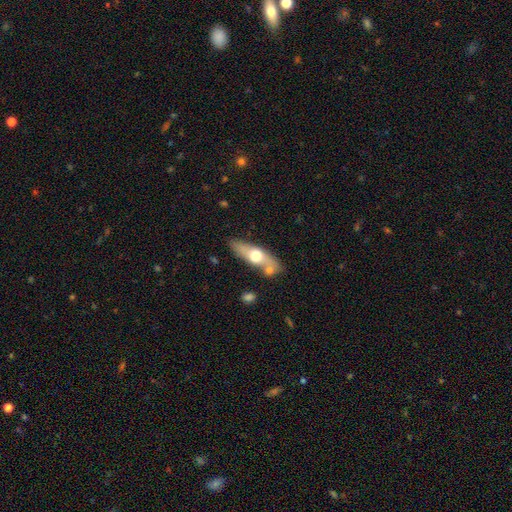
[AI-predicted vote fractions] The model was most divided on "smooth or featured": smooth: 49%, featured or disk: 46%, star or artifact: 6%. More confident: merging — none (68%).